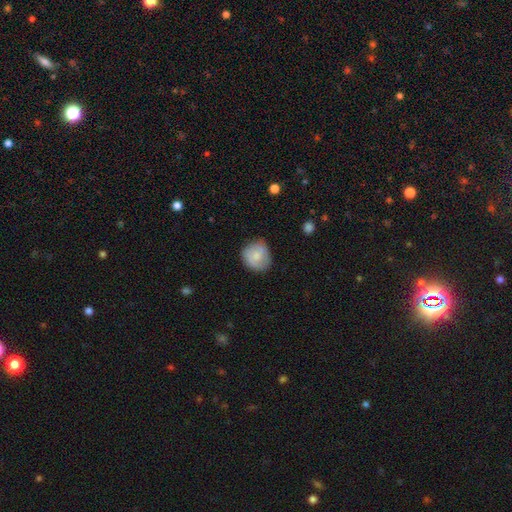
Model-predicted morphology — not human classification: type=smooth (76%); roundness=round (84%); merging=none (70%).